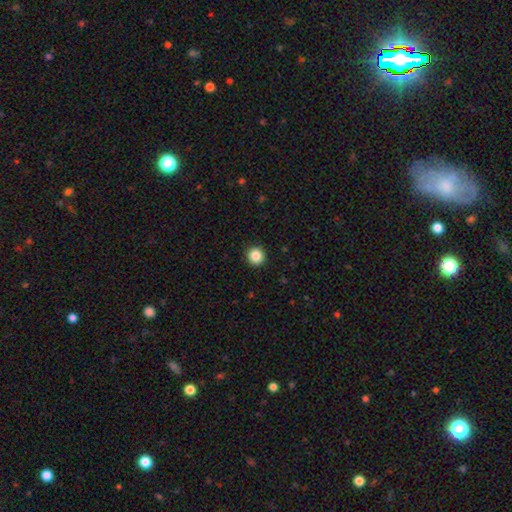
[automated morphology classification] Smooth or featured? Predicted: smooth (p=0.86). How rounded? Predicted: round (p=0.93). Merging? Predicted: none (p=0.93).